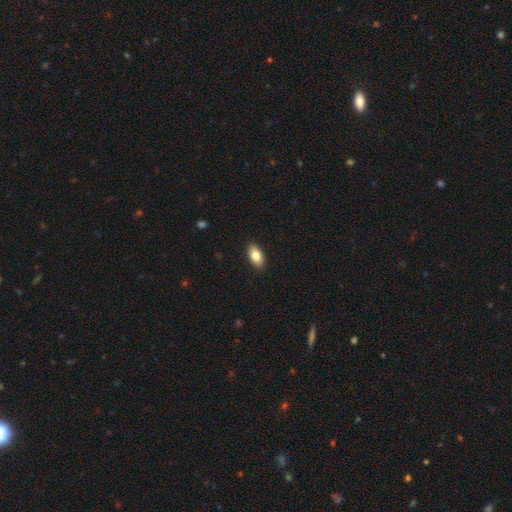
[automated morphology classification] smooth_or_featured: smooth (p=0.83) [alt: featured or disk p=0.10]
how_rounded: in between (p=0.93) [alt: round p=0.04]
merging: none (p=0.90) [alt: minor disturbance p=0.07]